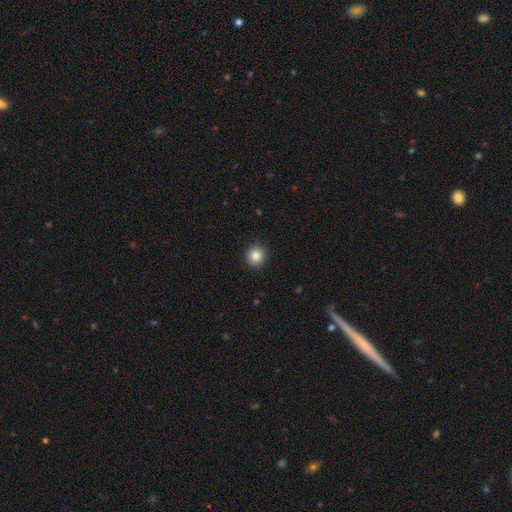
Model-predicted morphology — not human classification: type=smooth (84%); roundness=round (93%); merging=none (91%).